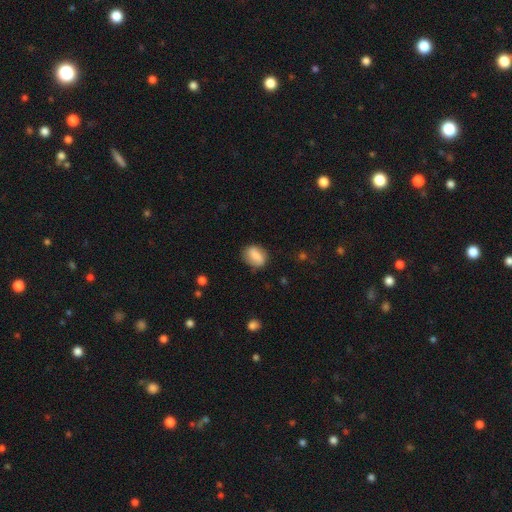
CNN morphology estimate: The model was most divided on "how rounded": in between: 69%, round: 28%, cigar-shaped: 3%. More confident: smooth or featured — smooth (76%); merging — none (76%).